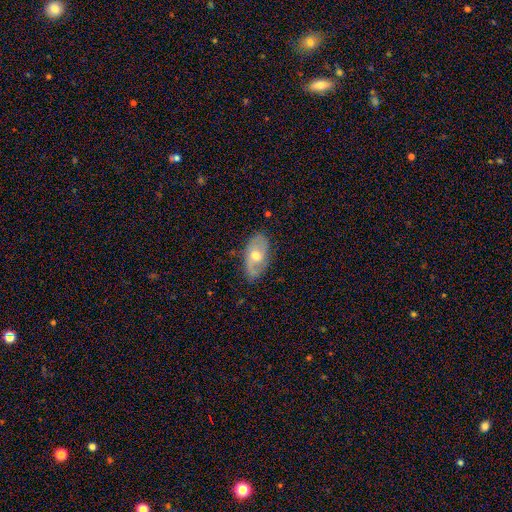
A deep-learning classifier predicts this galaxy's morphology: Smooth or featured: featured or disk — 59% (smooth — 34%)
Edge-on disk: no — 90% (yes — 10%)
Bar: no — 60% (weak — 33%)
Spiral arms: yes — 71% (no — 29%)
Bulge size: moderate — 73% (small — 19%)
Merging: none — 74% (minor disturbance — 20%)